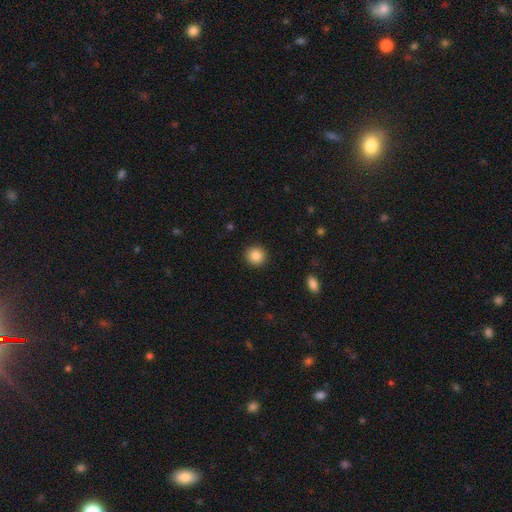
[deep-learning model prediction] This is clearly a smooth galaxy (86%). How rounded: clearly round (93%). Merging: clearly none (92%).